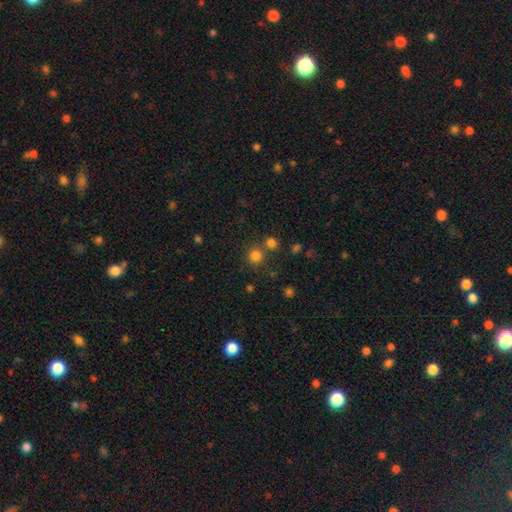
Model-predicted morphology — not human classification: Smooth or featured? smooth (79%)
How rounded? round (91%)
Merging? none (70%)